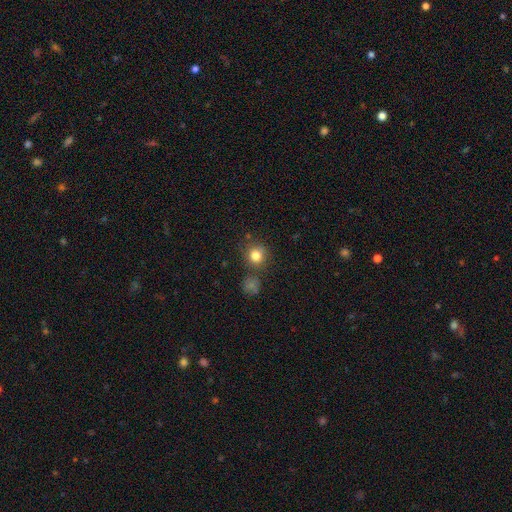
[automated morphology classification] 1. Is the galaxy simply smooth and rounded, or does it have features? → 81% smooth, 13% star or artifact, 7% featured or disk.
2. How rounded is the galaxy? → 89% round, 10% in between, 1% cigar-shaped.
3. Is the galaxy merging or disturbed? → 78% none, 10% minor disturbance, 8% merger, 3% major disturbance.